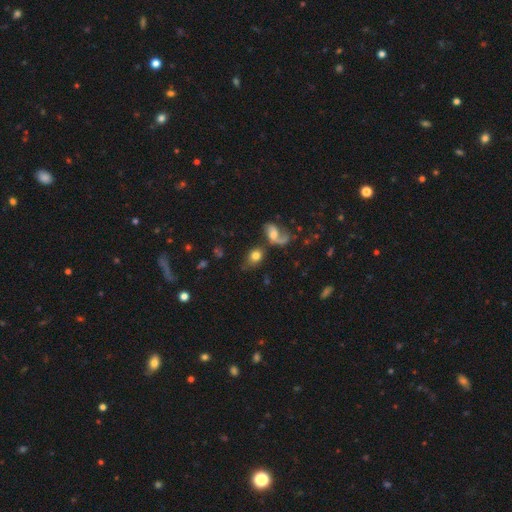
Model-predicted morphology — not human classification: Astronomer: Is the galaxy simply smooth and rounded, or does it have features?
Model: smooth — 70%.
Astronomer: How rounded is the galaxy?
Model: in between — 55% (runner-up: round, 43%).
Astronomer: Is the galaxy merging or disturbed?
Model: none — 46% (runner-up: merger, 24%).